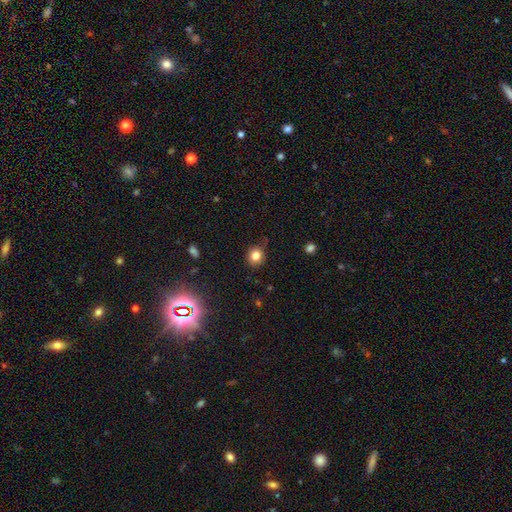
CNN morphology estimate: Q: Smooth or featured?
A: smooth (80%); runner-up: star or artifact (13%)
Q: How rounded?
A: round (81%); runner-up: in between (18%)
Q: Merging?
A: none (81%); runner-up: minor disturbance (15%)